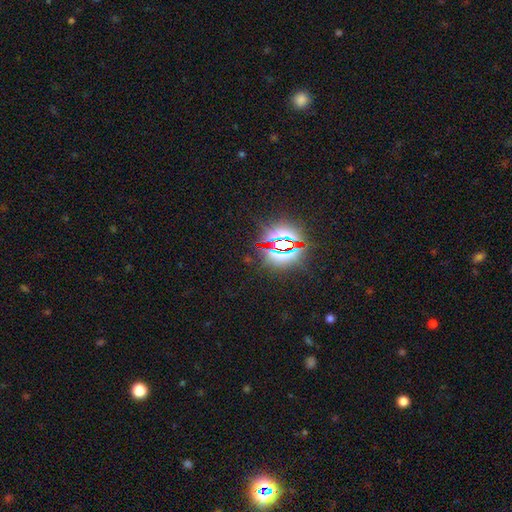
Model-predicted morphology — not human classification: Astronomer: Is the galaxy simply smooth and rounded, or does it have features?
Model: star or artifact — 82%.